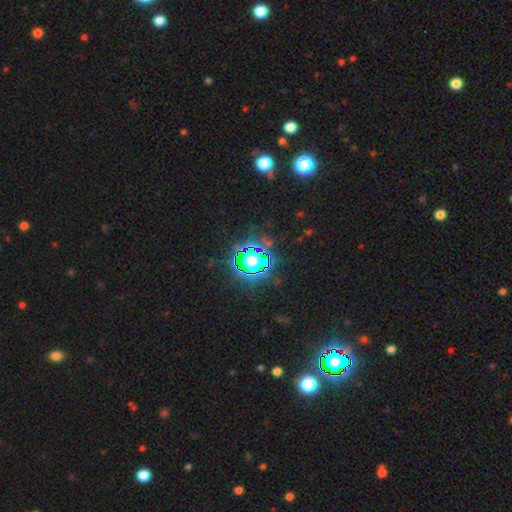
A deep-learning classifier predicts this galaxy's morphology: type=star or artifact (75%).